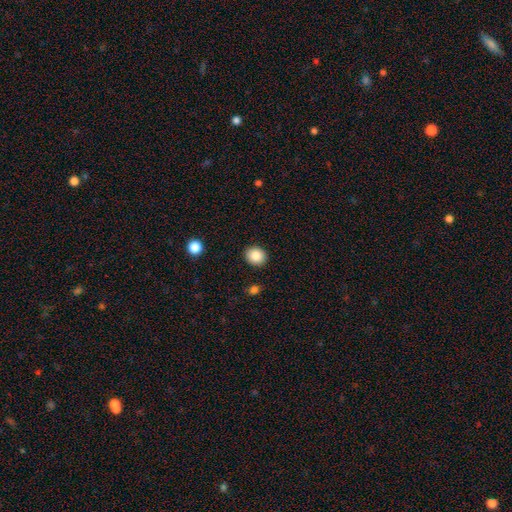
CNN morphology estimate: The model was most divided on "how rounded": round: 78%, in between: 22%, cigar-shaped: 1%. More confident: merging — none (91%); smooth or featured — smooth (86%).